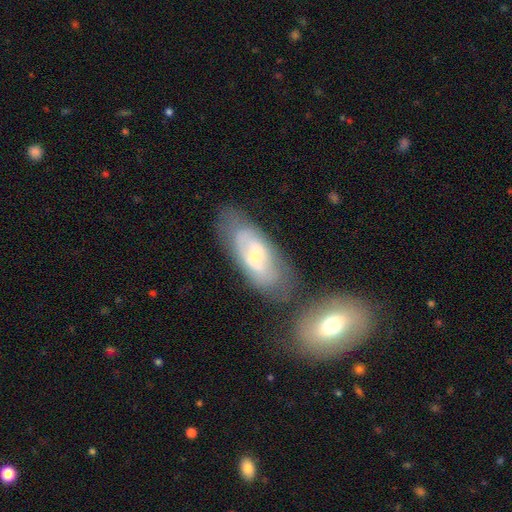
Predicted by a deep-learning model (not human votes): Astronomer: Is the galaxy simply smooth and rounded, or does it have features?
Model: featured or disk — 55% (runner-up: smooth, 38%).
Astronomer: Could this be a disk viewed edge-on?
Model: no — 88%.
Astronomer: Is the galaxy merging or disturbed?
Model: none — 58%.